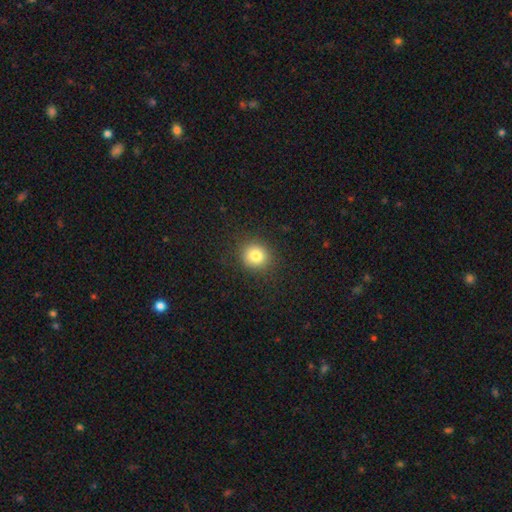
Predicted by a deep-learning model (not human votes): The model was most divided on "smooth or featured": smooth: 82%, star or artifact: 12%, featured or disk: 7%. More confident: merging — none (89%); how rounded — round (85%).